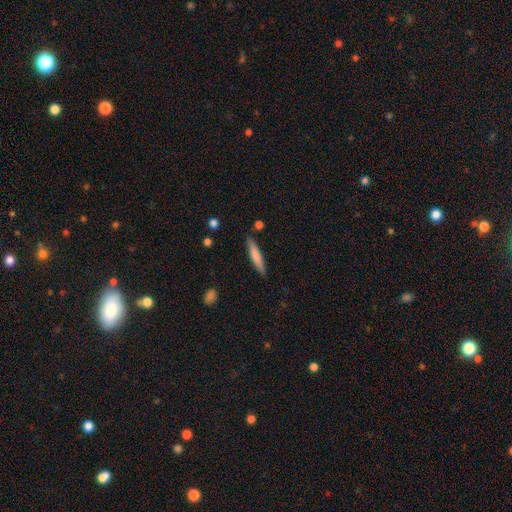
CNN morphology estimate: Smooth or featured: smooth — 75% (featured or disk — 20%)
How rounded: cigar-shaped — 90% (in between — 9%)
Merging: none — 87% (minor disturbance — 10%)